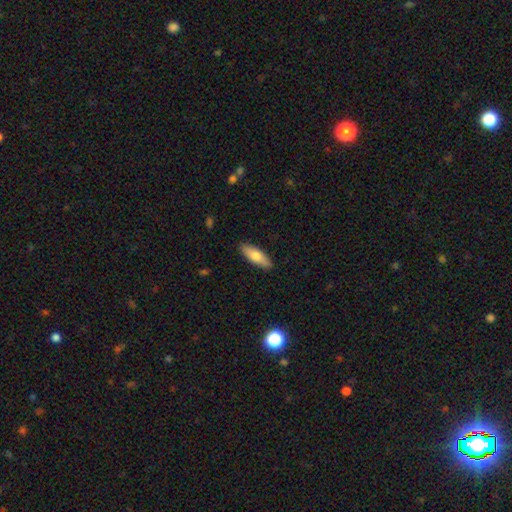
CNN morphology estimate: Smooth or featured? Predicted: smooth (p=0.74). How rounded? Predicted: in between (p=0.58). Merging? Predicted: none (p=0.89).